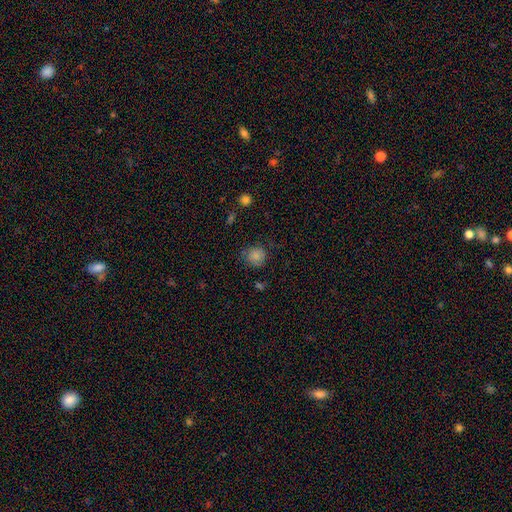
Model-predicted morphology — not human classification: Smooth or featured? Predicted: smooth (p=0.83). How rounded? Predicted: round (p=0.87). Merging? Predicted: none (p=0.75).